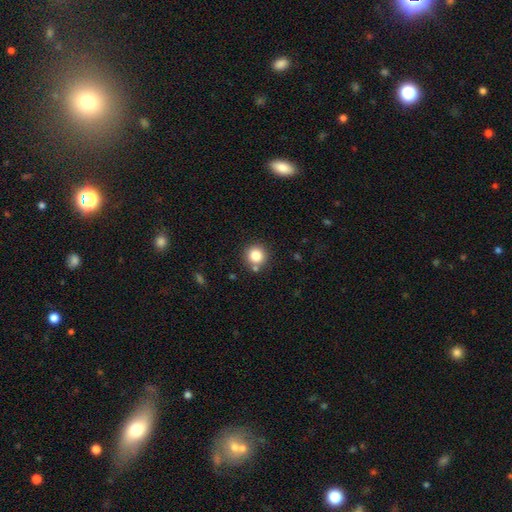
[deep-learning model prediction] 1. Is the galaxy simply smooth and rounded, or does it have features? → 82% smooth, 11% star or artifact, 6% featured or disk.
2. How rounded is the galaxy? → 93% round, 6% in between, 1% cigar-shaped.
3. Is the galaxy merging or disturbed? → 81% none, 9% minor disturbance, 8% merger, 3% major disturbance.